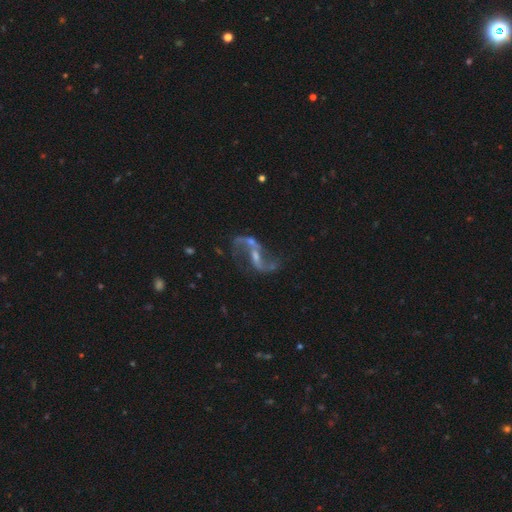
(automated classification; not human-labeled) smooth-or-featured: featured or disk: 87% | star or artifact: 8% | smooth: 5%
  disk-edge-on: no: 96% | yes: 4%
    bar: weak: 44% | strong: 29% | no: 27%
    has-spiral-arms: yes: 94% | no: 6%
      spiral-winding: loose: 87% | medium: 11% | tight: 3%
      spiral-arm-count: 2: 92% | 1: 3% | can't tell: 2% | 3: 1% | 4: 1% | more than 4: 1%
    bulge-size: small: 60% | moderate: 24% | none: 13% | large: 2% | dominant: 1%
  merging: none: 64% | minor disturbance: 14% | major disturbance: 13% | merger: 9%